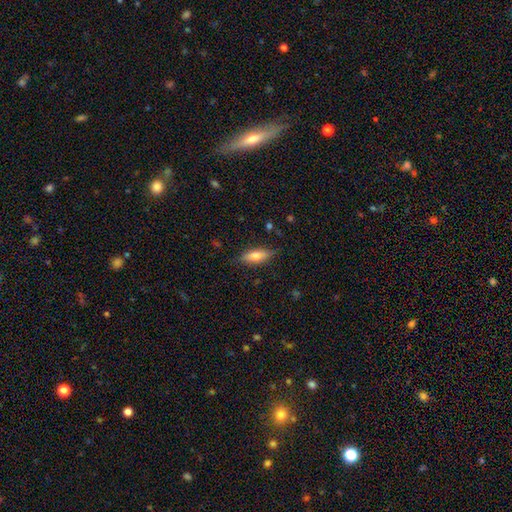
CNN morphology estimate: This appears to be a smooth galaxy with no disk features (67%) that is in between round and cigar-shaped (66%). Merging: none (80%).